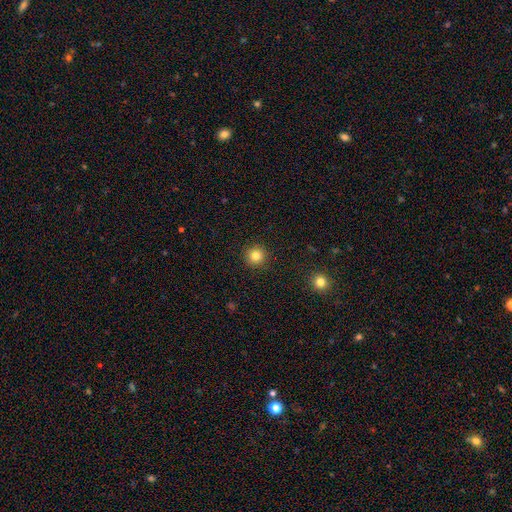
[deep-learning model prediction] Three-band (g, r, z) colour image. It shows a smooth galaxy with no disk features (82%) that is round (95%). Merging: none (92%).